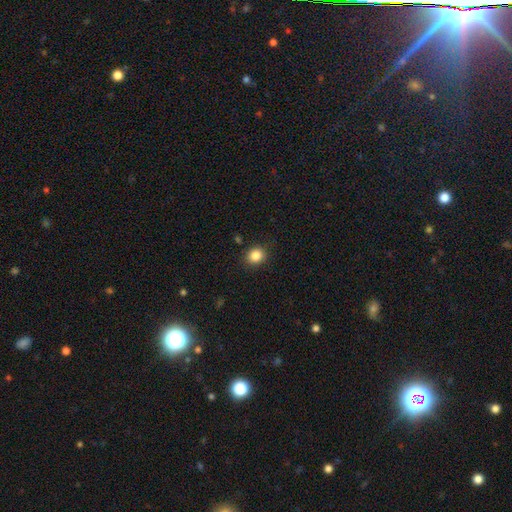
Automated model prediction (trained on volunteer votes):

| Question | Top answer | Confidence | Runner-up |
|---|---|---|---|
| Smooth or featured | smooth | 85% | star or artifact (10%) |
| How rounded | round | 74% | in between (25%) |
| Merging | none | 87% | minor disturbance (9%) |